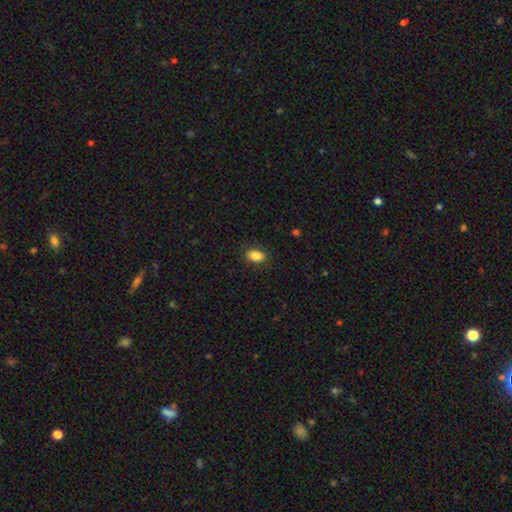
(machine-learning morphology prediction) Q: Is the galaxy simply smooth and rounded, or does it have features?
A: smooth — 85%.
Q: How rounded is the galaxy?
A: in between — 87%.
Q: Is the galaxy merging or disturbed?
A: none — 85%.